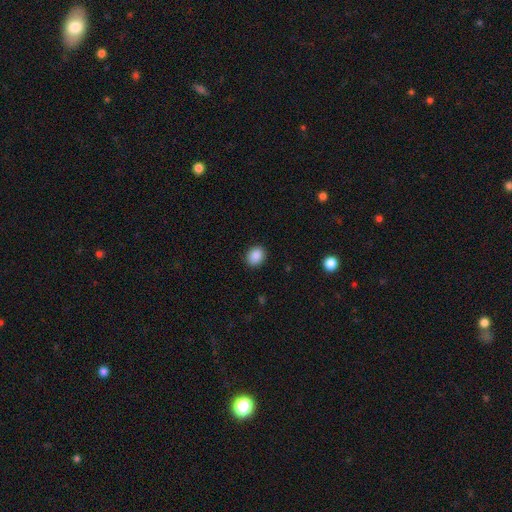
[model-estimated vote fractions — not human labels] A smooth galaxy with no disk features (89%) that is round (50%).

Vote fractions:
- Smooth or featured? smooth: 89% / star or artifact: 8% / featured or disk: 3%
- How rounded? round: 50% / in between: 49% / cigar-shaped: 1%
- Merging? none: 89% / minor disturbance: 7% / major disturbance: 2% / merger: 1%